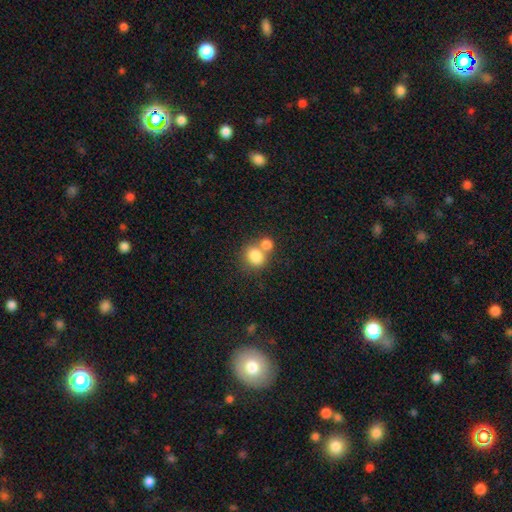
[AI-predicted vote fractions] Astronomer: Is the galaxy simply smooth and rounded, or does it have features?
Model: smooth — 81%.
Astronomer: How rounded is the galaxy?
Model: round — 69%.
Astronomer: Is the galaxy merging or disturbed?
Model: merger — 46% (runner-up: none, 41%).